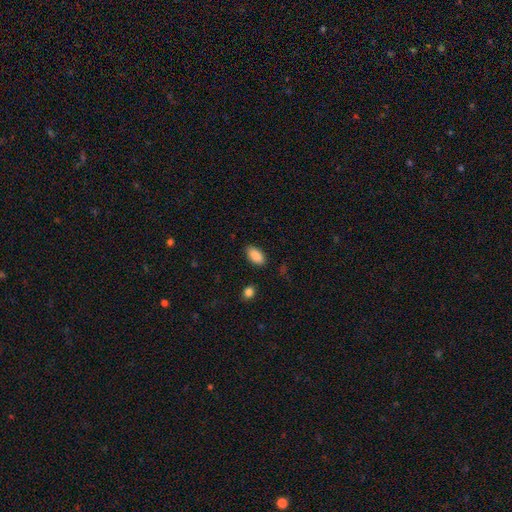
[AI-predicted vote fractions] This appears to be a smooth galaxy with no disk features (89%) that is in between round and cigar-shaped (94%). Merging: none (85%).